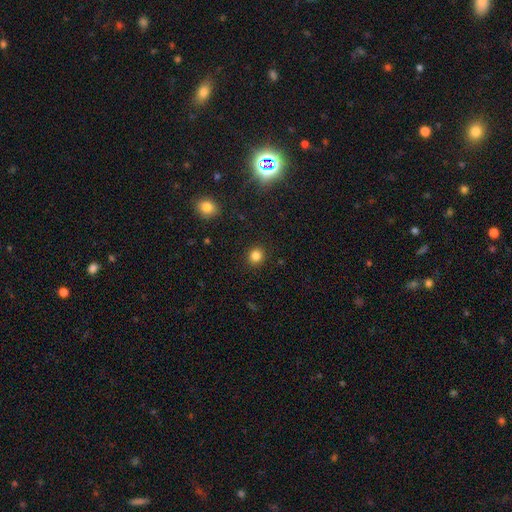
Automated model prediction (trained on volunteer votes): Smooth or featured? smooth (83%)
How rounded? round (87%)
Merging? none (91%)